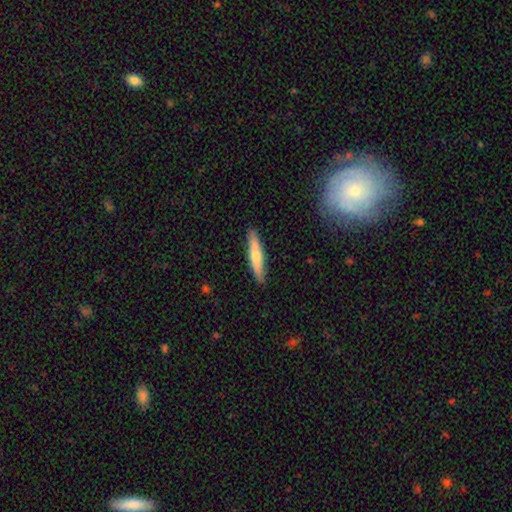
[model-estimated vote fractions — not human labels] Smooth or featured? smooth (50%)
How rounded? cigar-shaped (88%)
Merging? none (90%)